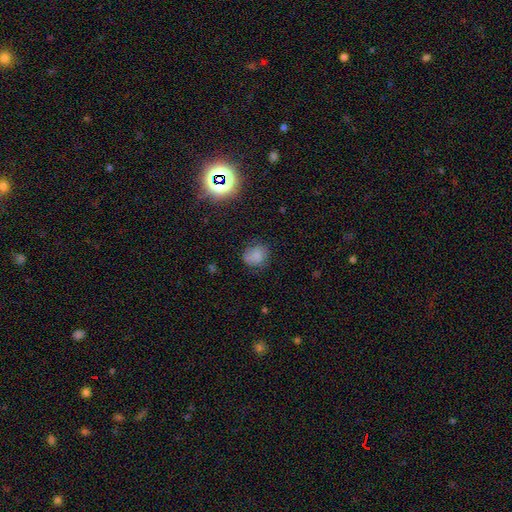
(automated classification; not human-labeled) smooth 77%, star or artifact 15%, featured or disk 8%. Down the decision tree: how rounded — round (71%); merging — none (72%).